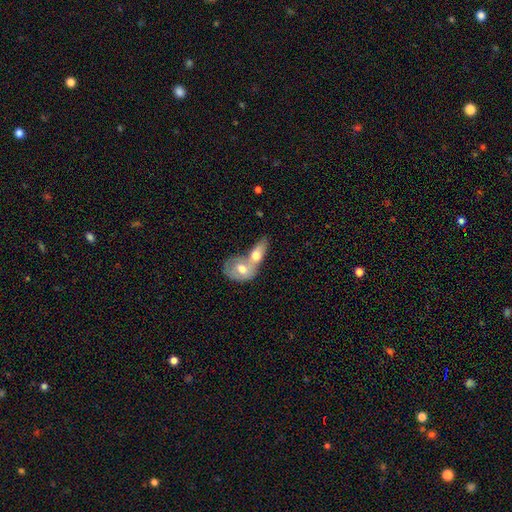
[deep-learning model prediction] smooth_or_featured: smooth (p=0.61) [alt: featured or disk p=0.33]
how_rounded: in between (p=0.75) [alt: round p=0.15]
merging: merger (p=0.78) [alt: none p=0.14]